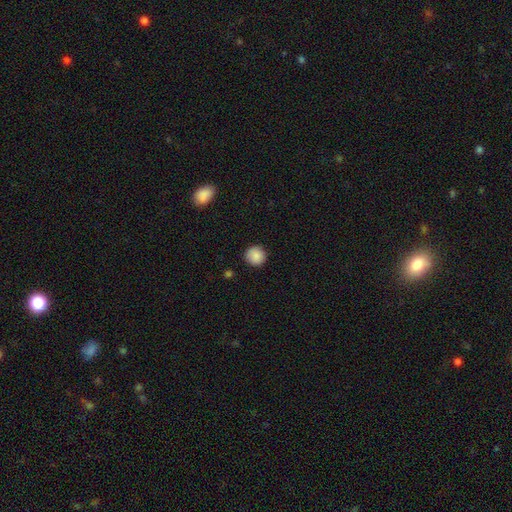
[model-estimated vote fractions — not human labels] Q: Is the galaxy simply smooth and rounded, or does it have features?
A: smooth — 88%.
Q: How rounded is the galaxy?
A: round — 94%.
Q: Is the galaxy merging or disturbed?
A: none — 90%.